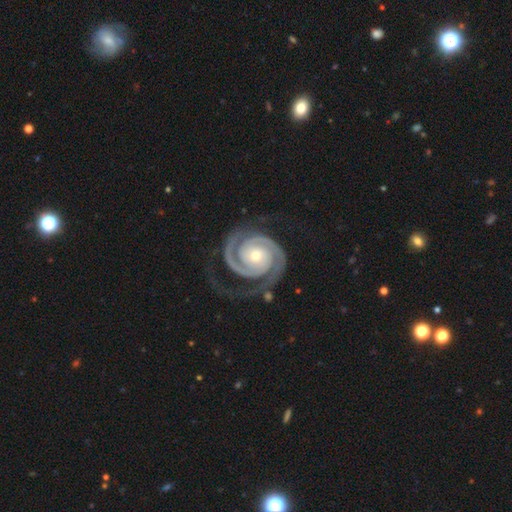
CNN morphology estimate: type=featured or disk (94%); edge-on=no (98%); bar=no (73%); spiral arms=yes (99%); winding=tight (76%); arm count=2 (91%); bulge=small (52%); merging=none (75%).